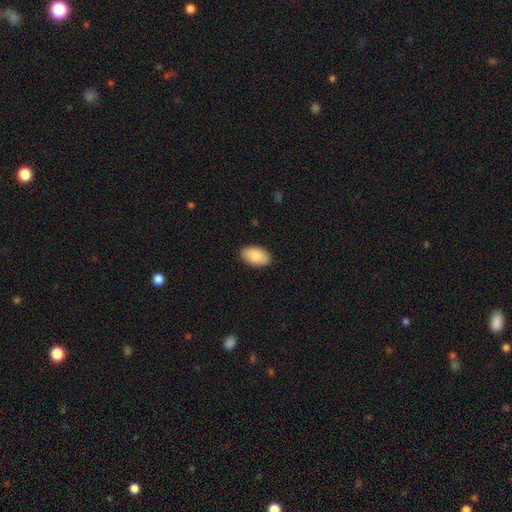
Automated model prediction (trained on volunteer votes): This is clearly a smooth galaxy (87%). How rounded: clearly in between (94%). Merging: clearly none (89%).